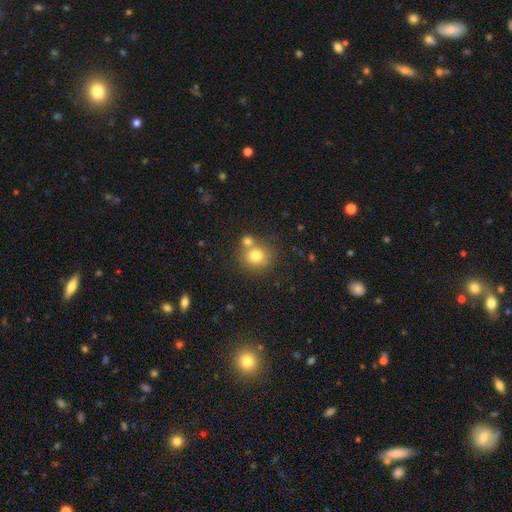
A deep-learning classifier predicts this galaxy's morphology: smooth-or-featured: smooth: 76% | featured or disk: 13% | star or artifact: 11%
  how-rounded: round: 78% | in between: 21% | cigar-shaped: 1%
  merging: none: 56% | merger: 29% | minor disturbance: 11% | major disturbance: 4%